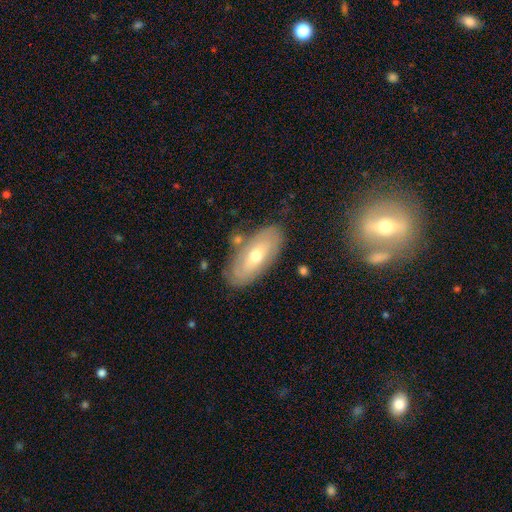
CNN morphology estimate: Smooth or featured: featured or disk — 51% (smooth — 41%)
Edge-on disk: no — 83% (yes — 17%)
Merging: none — 78% (minor disturbance — 14%)